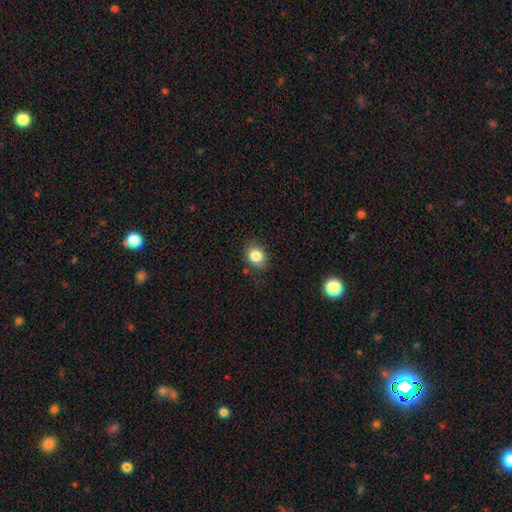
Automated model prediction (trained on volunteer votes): Smooth or featured?
  - smooth: 84% *
  - star or artifact: 10%
  - featured or disk: 6%
How rounded?
  - round: 59% *
  - in between: 40%
  - cigar-shaped: 1%
Merging?
  - none: 82% *
  - minor disturbance: 13%
  - major disturbance: 3%
  - merger: 2%